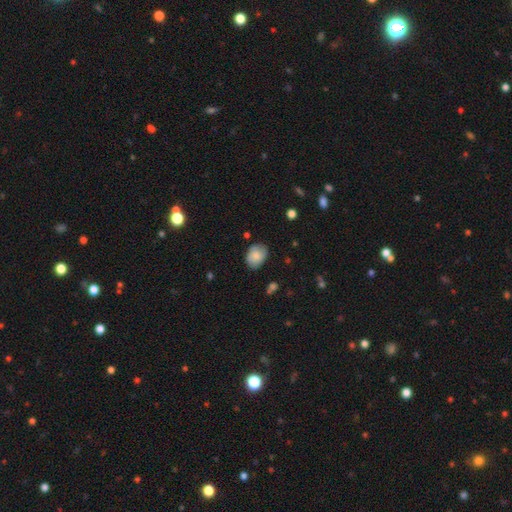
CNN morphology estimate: Smooth or featured?
  - smooth: 81% *
  - featured or disk: 12%
  - star or artifact: 7%
How rounded?
  - in between: 67% *
  - round: 32%
  - cigar-shaped: 1%
Merging?
  - none: 75% *
  - minor disturbance: 20%
  - major disturbance: 4%
  - merger: 2%